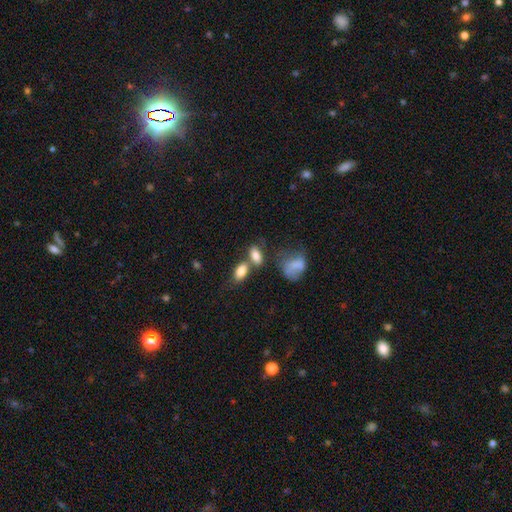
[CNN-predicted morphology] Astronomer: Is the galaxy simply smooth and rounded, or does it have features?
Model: smooth — 79%.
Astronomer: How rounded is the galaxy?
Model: in between — 86%.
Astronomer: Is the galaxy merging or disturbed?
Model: none — 44% (runner-up: merger, 35%).